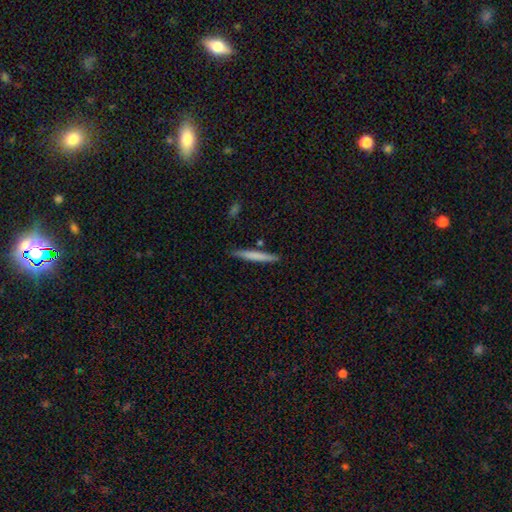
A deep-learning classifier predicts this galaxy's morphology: smooth_or_featured: smooth (p=0.72) [alt: featured or disk p=0.22]
how_rounded: cigar-shaped (p=0.96) [alt: in between p=0.03]
merging: none (p=0.87) [alt: minor disturbance p=0.09]